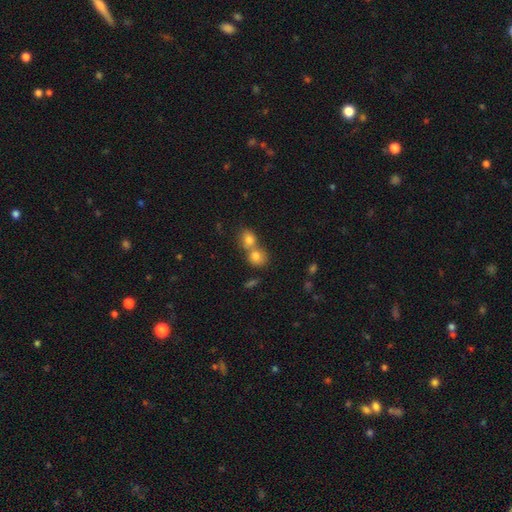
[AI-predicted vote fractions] A smooth galaxy with no disk features (78%) that is round (71%).

Vote fractions:
- Smooth or featured? smooth: 78% / star or artifact: 11% / featured or disk: 11%
- How rounded? round: 71% / in between: 28% / cigar-shaped: 1%
- Merging? merger: 60% / none: 32% / minor disturbance: 6% / major disturbance: 2%